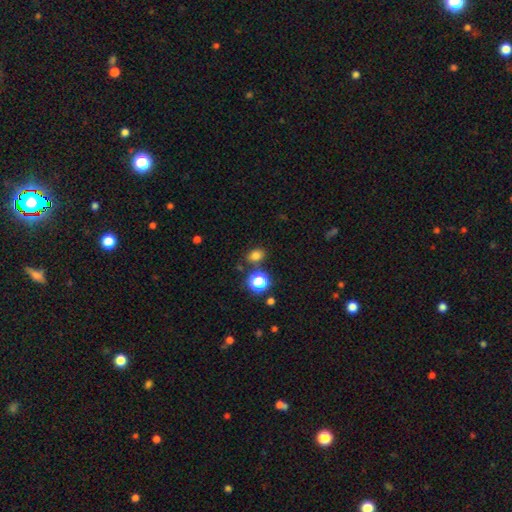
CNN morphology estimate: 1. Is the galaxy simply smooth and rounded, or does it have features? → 76% smooth, 19% star or artifact, 5% featured or disk.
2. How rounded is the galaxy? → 53% in between, 46% round, 1% cigar-shaped.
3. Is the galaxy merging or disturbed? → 78% none, 10% minor disturbance, 8% merger, 3% major disturbance.